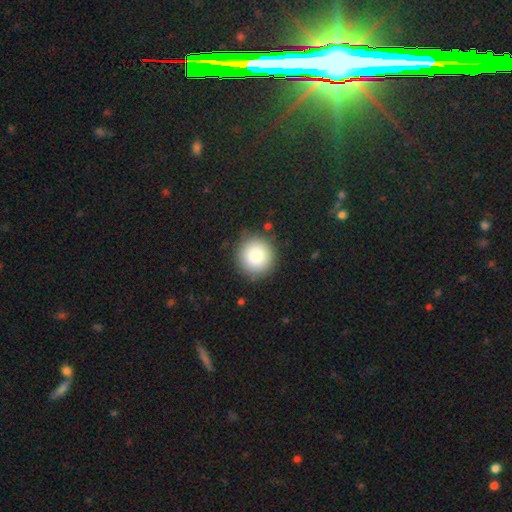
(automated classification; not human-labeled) This appears to be a smooth galaxy with no disk features (85%) that is round (94%). Merging: none (87%).